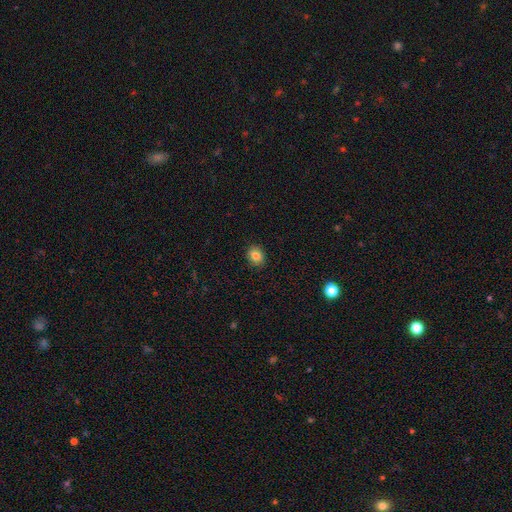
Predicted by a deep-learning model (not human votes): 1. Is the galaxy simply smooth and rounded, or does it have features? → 84% smooth, 10% star or artifact, 6% featured or disk.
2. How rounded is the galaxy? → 64% round, 35% in between, 1% cigar-shaped.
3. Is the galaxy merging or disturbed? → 90% none, 7% minor disturbance, 2% major disturbance, 1% merger.